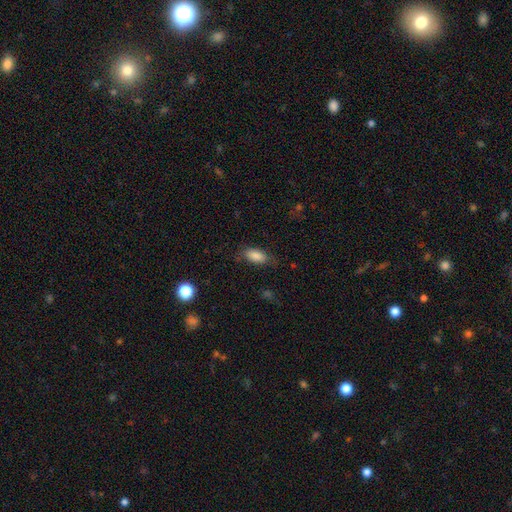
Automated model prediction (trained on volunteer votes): Smooth or featured?
  - smooth: 85% *
  - star or artifact: 8%
  - featured or disk: 7%
How rounded?
  - in between: 87% *
  - cigar-shaped: 10%
  - round: 3%
Merging?
  - none: 73% *
  - minor disturbance: 19%
  - major disturbance: 6%
  - merger: 1%